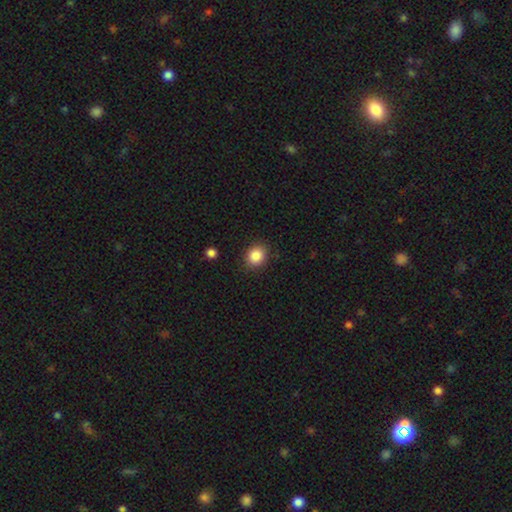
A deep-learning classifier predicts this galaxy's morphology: smooth-or-featured: smooth: 87% | star or artifact: 9% | featured or disk: 4%
  how-rounded: round: 60% | in between: 39% | cigar-shaped: 1%
  merging: none: 87% | minor disturbance: 9% | major disturbance: 3% | merger: 1%